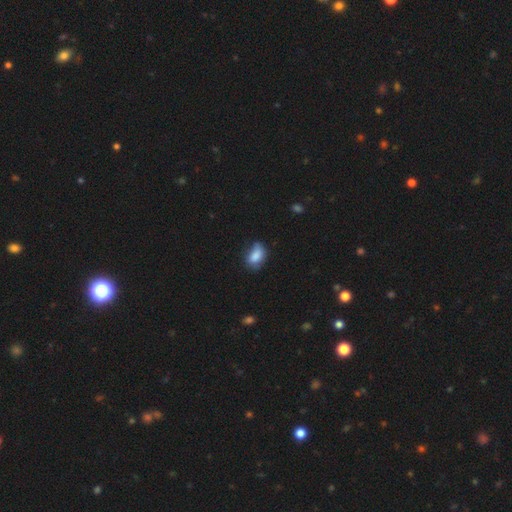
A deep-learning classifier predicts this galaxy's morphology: Smooth or featured: smooth — 80% (featured or disk — 11%)
How rounded: in between — 86% (round — 12%)
Merging: none — 50% (minor disturbance — 36%)